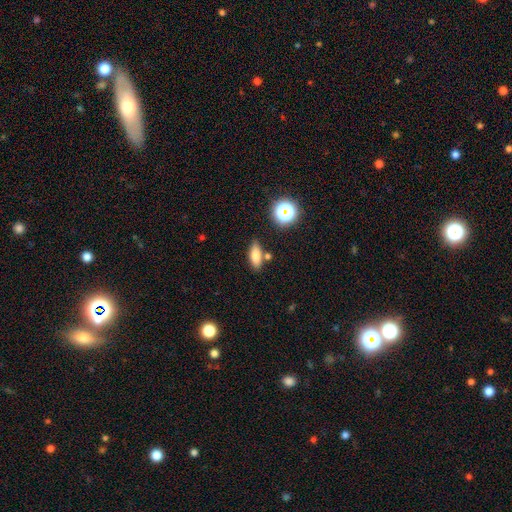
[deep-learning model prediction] A smooth galaxy with no disk features (77%) that is in between round and cigar-shaped (69%).

Vote fractions:
- Smooth or featured? smooth: 77% / featured or disk: 12% / star or artifact: 11%
- How rounded? in between: 69% / cigar-shaped: 23% / round: 8%
- Merging? none: 76% / minor disturbance: 13% / merger: 8% / major disturbance: 3%